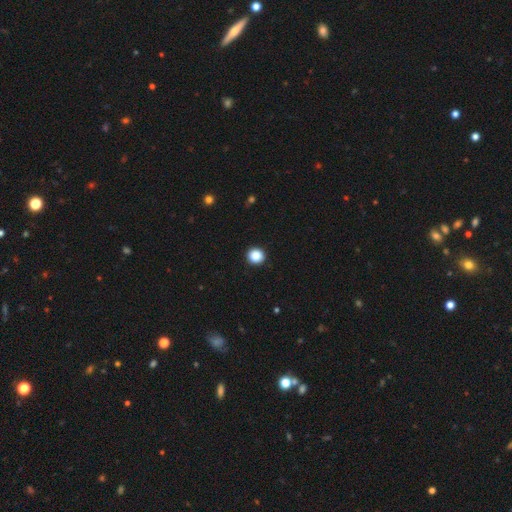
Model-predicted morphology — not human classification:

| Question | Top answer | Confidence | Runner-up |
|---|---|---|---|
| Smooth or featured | smooth | 87% | star or artifact (10%) |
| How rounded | round | 93% | in between (6%) |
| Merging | none | 93% | minor disturbance (4%) |